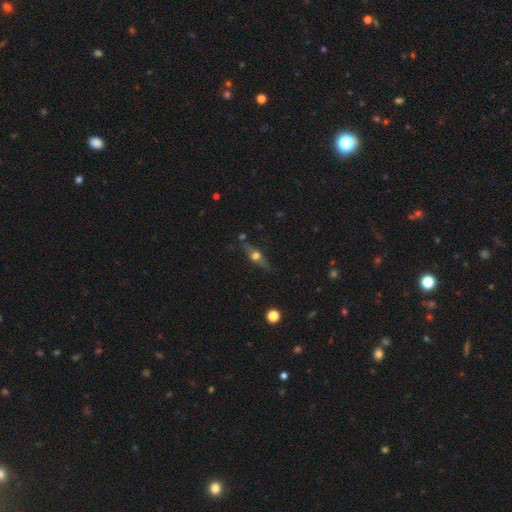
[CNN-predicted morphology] This is possibly a featured or disk galaxy (58%). It is clearly viewed edge-on (88%). Edge-on bulge: clearly rounded (95%). Merging: likely none (78%).